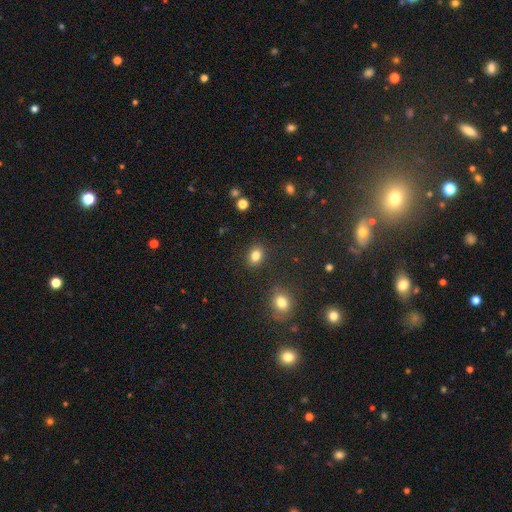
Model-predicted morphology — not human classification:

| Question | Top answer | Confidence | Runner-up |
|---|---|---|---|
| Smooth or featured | smooth | 83% | star or artifact (11%) |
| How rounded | in between | 63% | round (36%) |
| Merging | none | 87% | minor disturbance (8%) |